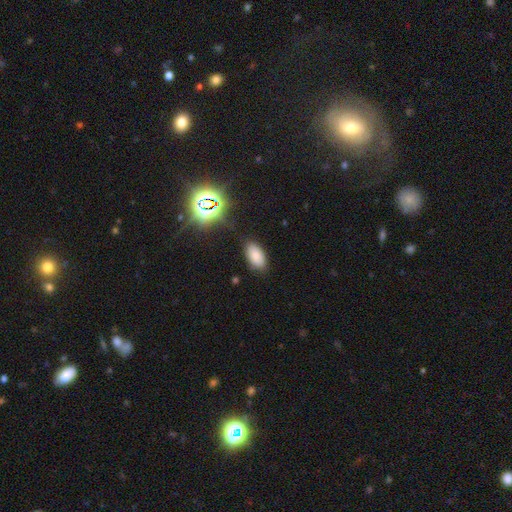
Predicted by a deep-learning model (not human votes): Q: Smooth or featured?
A: smooth (80%); runner-up: star or artifact (14%)
Q: How rounded?
A: in between (94%); runner-up: round (4%)
Q: Merging?
A: none (84%); runner-up: minor disturbance (11%)